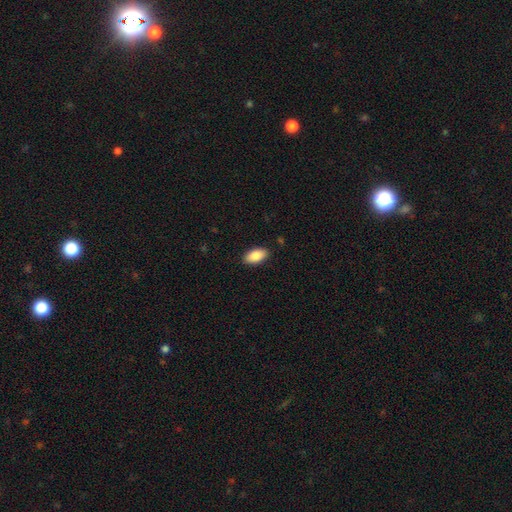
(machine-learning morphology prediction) A smooth galaxy with no disk features (87%) that is in between round and cigar-shaped (93%). Merging: none (89%).